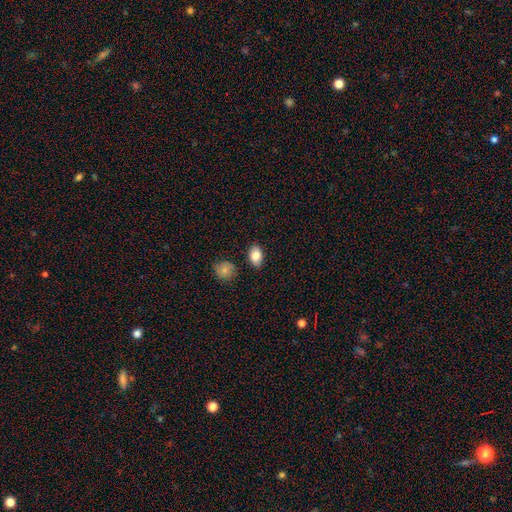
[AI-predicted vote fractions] This appears to be a smooth galaxy with no disk features (85%) that is in between round and cigar-shaped (84%). Merging: none (81%).